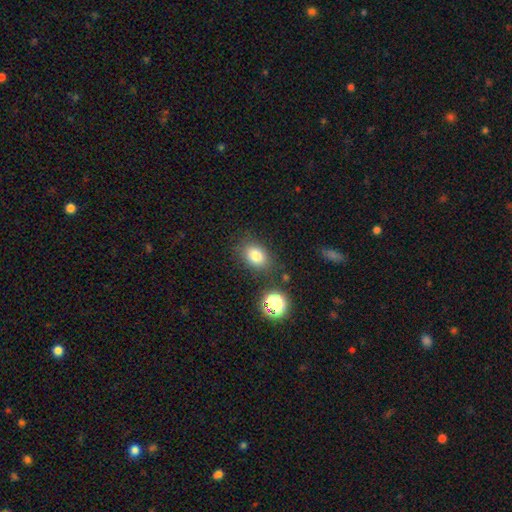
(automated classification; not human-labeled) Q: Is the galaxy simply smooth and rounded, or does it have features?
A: smooth — 80%.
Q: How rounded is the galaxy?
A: in between — 67%.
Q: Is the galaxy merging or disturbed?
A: none — 77%.